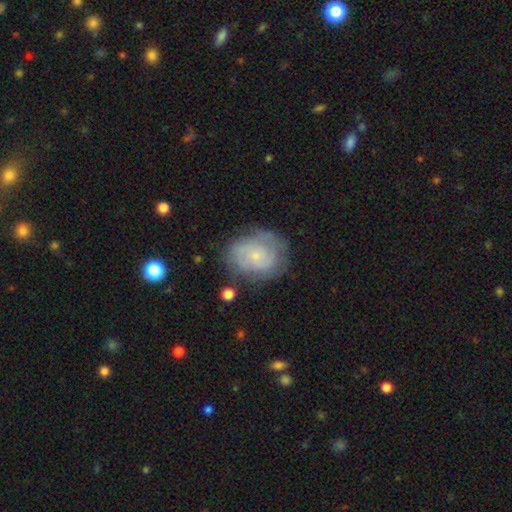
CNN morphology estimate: Smooth or featured?
  - featured or disk: 48% *
  - smooth: 44%
  - star or artifact: 8%
Merging?
  - none: 64% *
  - minor disturbance: 23%
  - major disturbance: 11%
  - merger: 2%